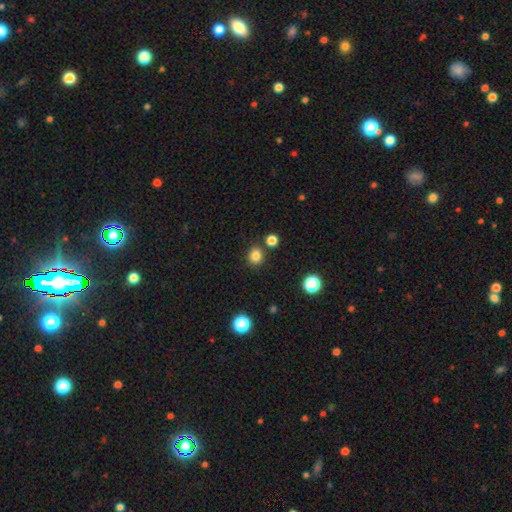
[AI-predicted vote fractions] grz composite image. It shows a smooth galaxy with no disk features (83%) that is round (83%). Merging: none (84%).